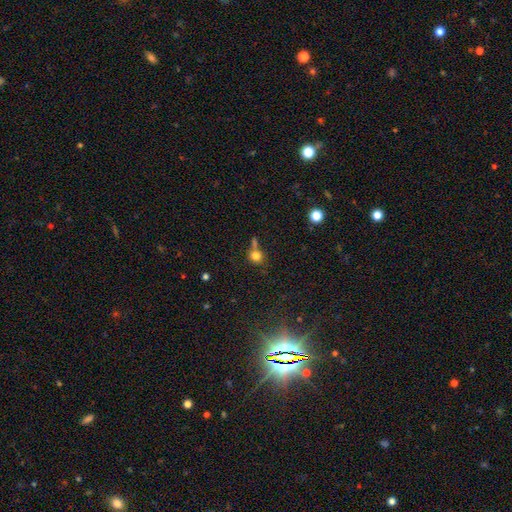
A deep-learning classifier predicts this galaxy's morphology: Smooth or featured?
  - smooth: 78% *
  - star or artifact: 13%
  - featured or disk: 9%
How rounded?
  - round: 84% *
  - in between: 15%
  - cigar-shaped: 1%
Merging?
  - none: 51% *
  - merger: 29%
  - minor disturbance: 13%
  - major disturbance: 6%